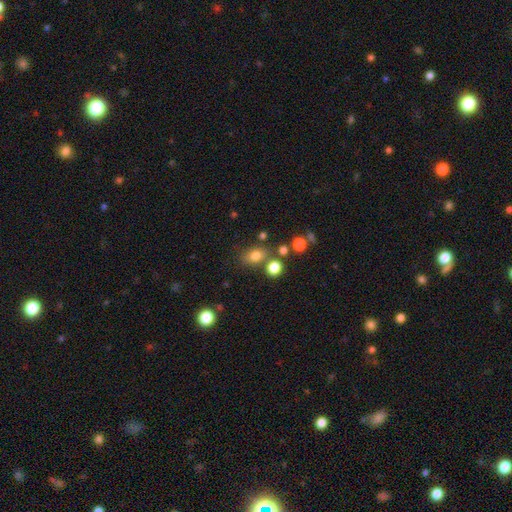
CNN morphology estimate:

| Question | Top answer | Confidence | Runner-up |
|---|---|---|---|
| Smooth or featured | smooth | 77% | star or artifact (15%) |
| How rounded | in between | 64% | round (34%) |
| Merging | none | 67% | merger (14%) |